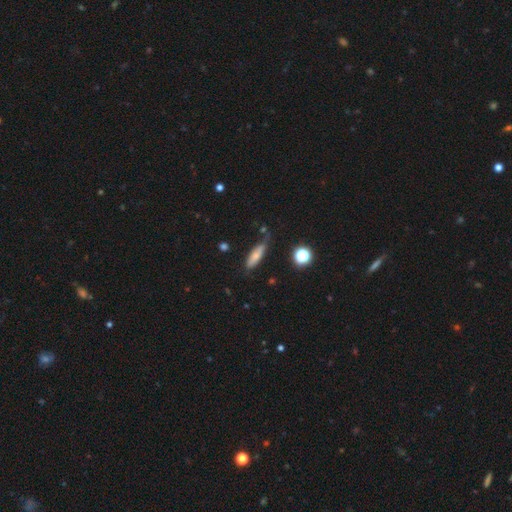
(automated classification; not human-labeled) smooth 72%, featured or disk 18%, star or artifact 10%. Down the decision tree: how rounded — cigar-shaped (57%); merging — none (65%).